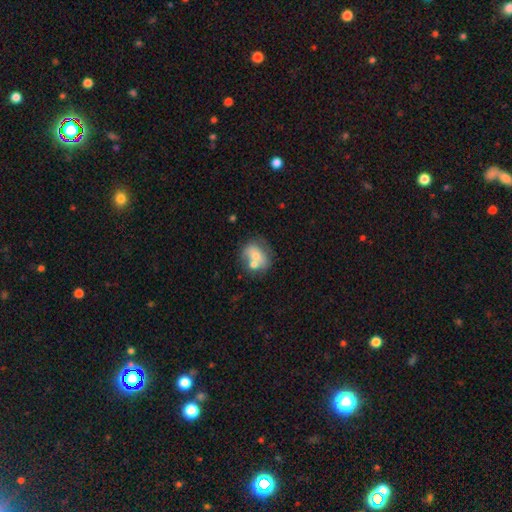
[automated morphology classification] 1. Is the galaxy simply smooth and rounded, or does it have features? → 60% smooth, 31% featured or disk, 9% star or artifact.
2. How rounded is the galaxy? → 56% round, 43% in between, 1% cigar-shaped.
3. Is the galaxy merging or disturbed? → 41% none, 36% merger, 16% minor disturbance, 7% major disturbance.